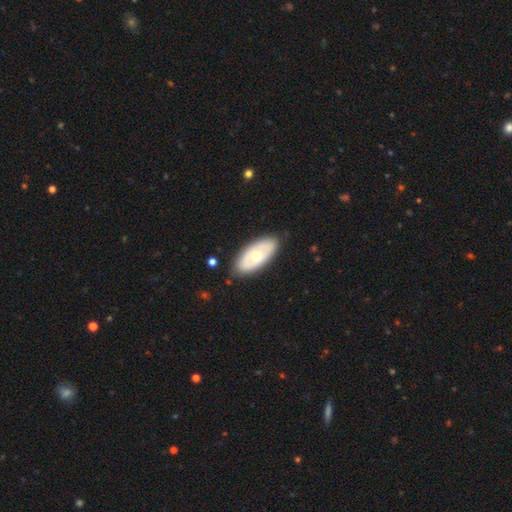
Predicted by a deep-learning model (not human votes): Smooth or featured?
  - featured or disk: 50% *
  - smooth: 45%
  - star or artifact: 5%
Merging?
  - none: 84% *
  - minor disturbance: 12%
  - major disturbance: 3%
  - merger: 1%